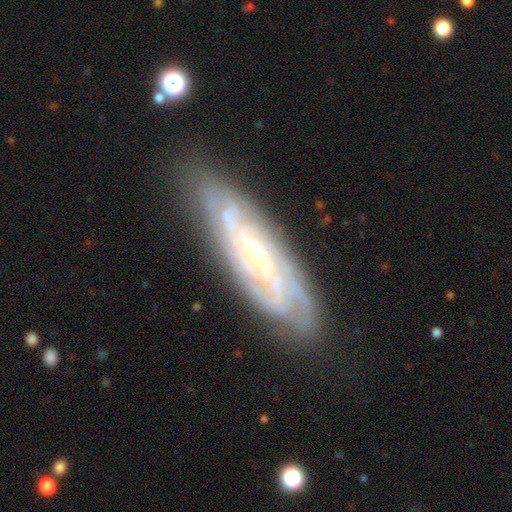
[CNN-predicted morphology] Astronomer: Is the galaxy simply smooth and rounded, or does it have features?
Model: featured or disk — 83%.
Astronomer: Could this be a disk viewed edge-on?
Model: no — 82%.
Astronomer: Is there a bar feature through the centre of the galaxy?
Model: no — 52% (runner-up: weak, 34%).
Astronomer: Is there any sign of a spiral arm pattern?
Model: yes — 95%.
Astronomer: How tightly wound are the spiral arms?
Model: tight — 69%.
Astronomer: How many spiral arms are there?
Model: can't tell — 37% (runner-up: 4, 18%).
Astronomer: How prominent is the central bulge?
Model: small — 75%.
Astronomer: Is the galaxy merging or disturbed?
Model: none — 78%.